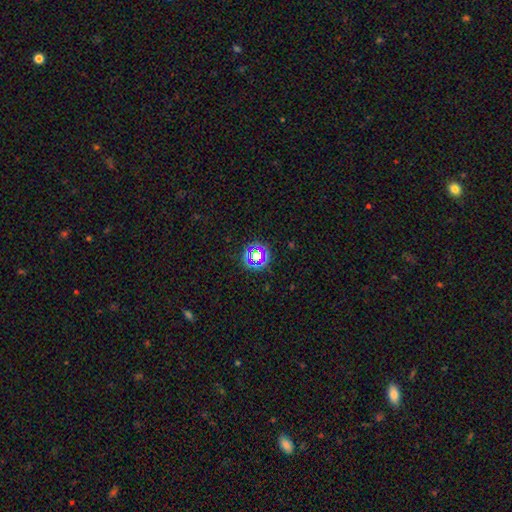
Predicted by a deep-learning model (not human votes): Smooth or featured: star or artifact — 56% (smooth — 32%)